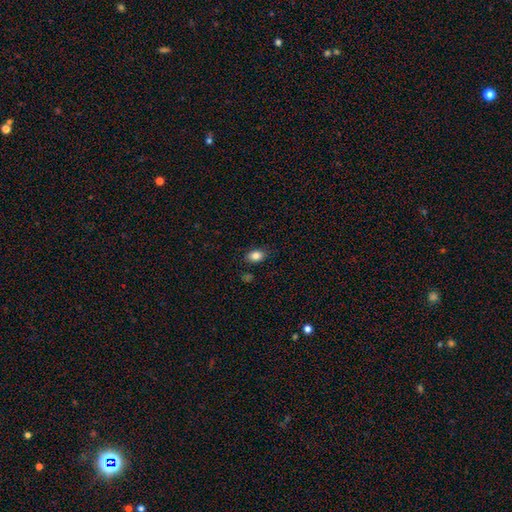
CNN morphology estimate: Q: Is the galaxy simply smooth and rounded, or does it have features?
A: smooth — 84%.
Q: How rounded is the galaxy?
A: in between — 78%.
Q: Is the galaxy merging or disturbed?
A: none — 84%.